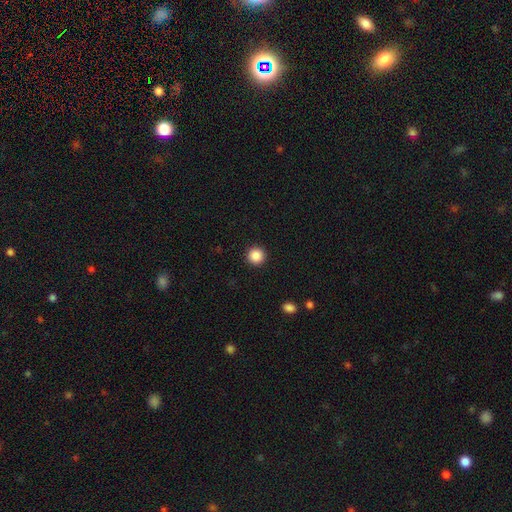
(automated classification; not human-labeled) Smooth or featured? smooth (88%)
How rounded? round (96%)
Merging? none (93%)